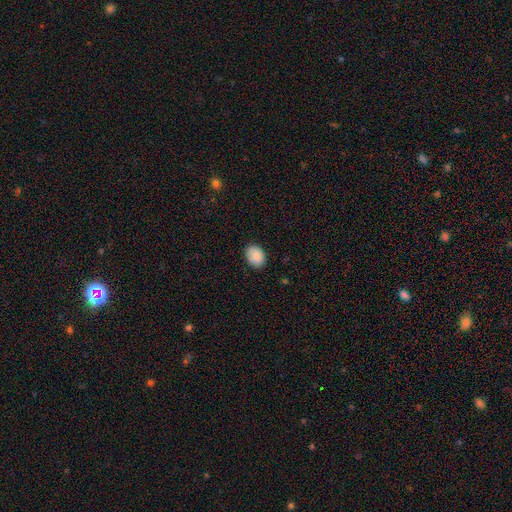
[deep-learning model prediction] smooth_or_featured: smooth (p=0.88) [alt: star or artifact p=0.07]
how_rounded: in between (p=0.71) [alt: round p=0.28]
merging: none (p=0.86) [alt: minor disturbance p=0.11]